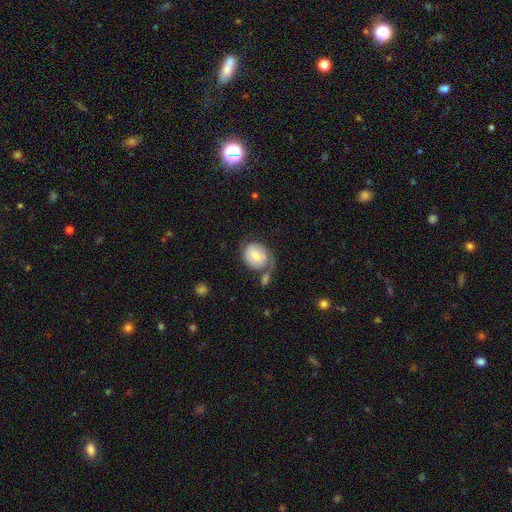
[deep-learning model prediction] smooth_or_featured: smooth (p=0.56) [alt: featured or disk p=0.37]
how_rounded: round (p=0.60) [alt: in between p=0.39]
merging: none (p=0.37) [alt: minor disturbance p=0.23]